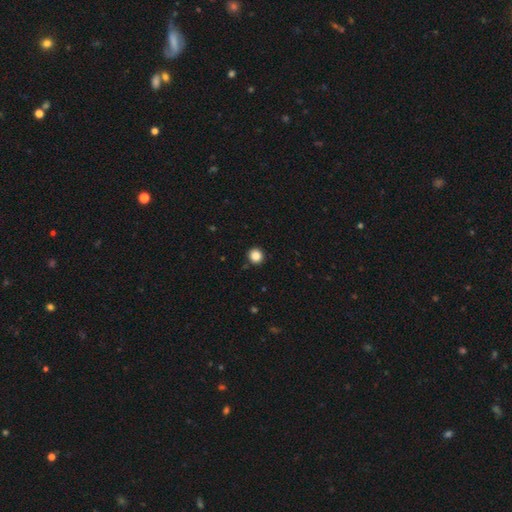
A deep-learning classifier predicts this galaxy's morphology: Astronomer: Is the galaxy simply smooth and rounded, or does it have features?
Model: smooth — 86%.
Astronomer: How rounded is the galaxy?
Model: round — 92%.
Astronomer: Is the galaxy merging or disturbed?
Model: none — 92%.